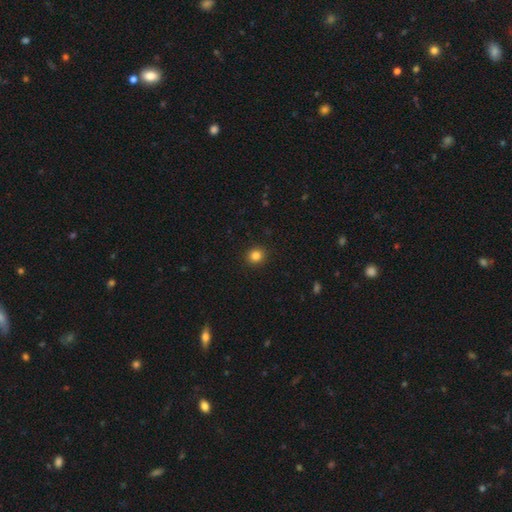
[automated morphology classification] This is clearly a smooth galaxy (84%). How rounded: clearly round (83%). Merging: clearly none (92%).